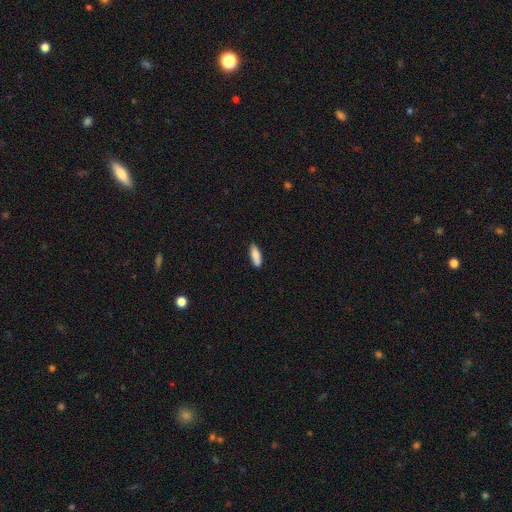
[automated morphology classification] Smooth or featured? Predicted: smooth (p=0.85). How rounded? Predicted: in between (p=0.56). Merging? Predicted: none (p=0.84).